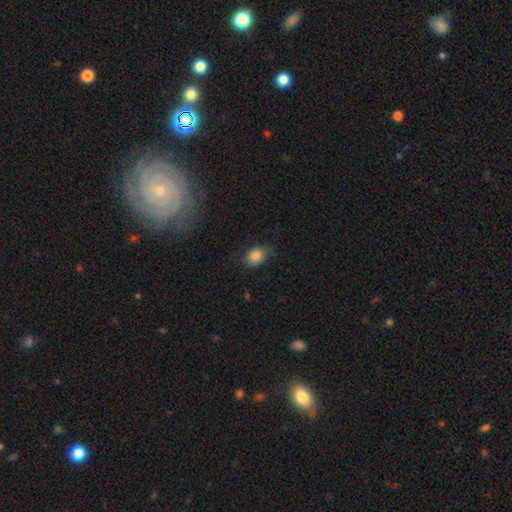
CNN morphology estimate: This is clearly a smooth galaxy (83%). How rounded: likely in between (62%). Merging: likely none (65%).